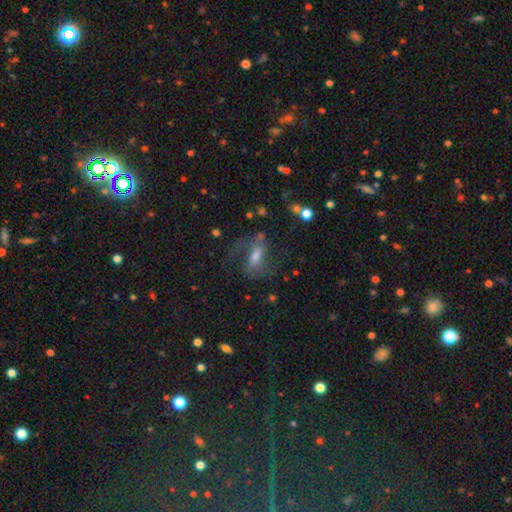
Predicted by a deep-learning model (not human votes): Morphology: type=featured or disk (71%); edge-on=no (94%); bar=weak (45%); spiral arms=yes (90%); winding=medium (46%); arm count=2 (86%); bulge=moderate (47%); merging=none (63%).